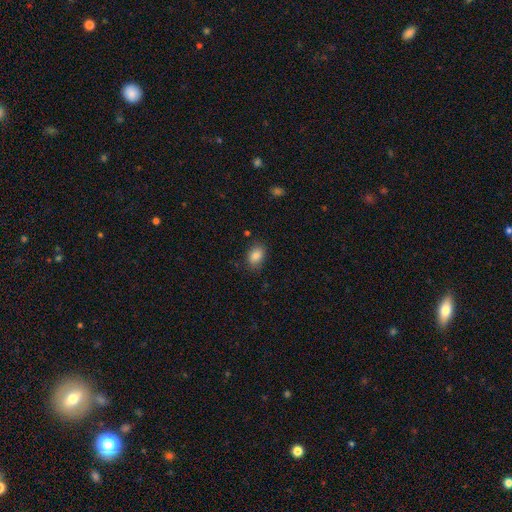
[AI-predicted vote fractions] A smooth galaxy with no disk features (85%) that is in between round and cigar-shaped (76%).

Vote fractions:
- Smooth or featured? smooth: 85% / star or artifact: 9% / featured or disk: 6%
- How rounded? in between: 76% / round: 23% / cigar-shaped: 1%
- Merging? none: 83% / minor disturbance: 12% / major disturbance: 3% / merger: 2%